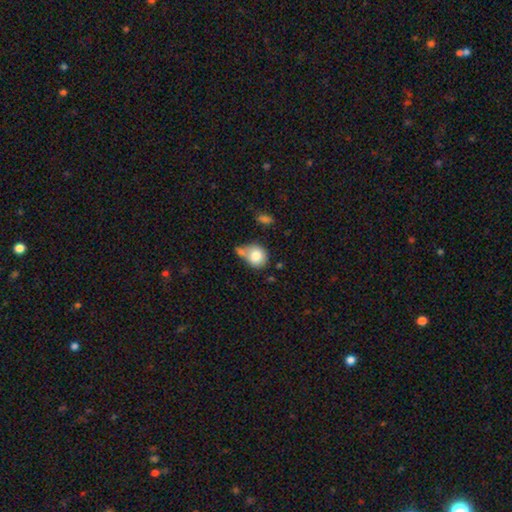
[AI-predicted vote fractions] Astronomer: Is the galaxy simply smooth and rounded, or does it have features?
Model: smooth — 80%.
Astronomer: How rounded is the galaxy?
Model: round — 71%.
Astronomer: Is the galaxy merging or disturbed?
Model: none — 43% (runner-up: merger, 29%).